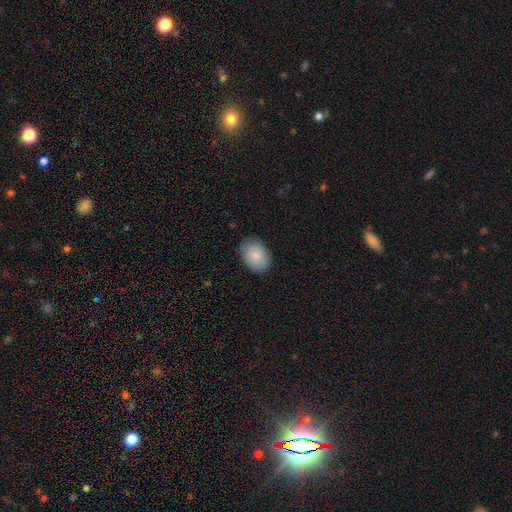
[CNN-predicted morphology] Smooth or featured? smooth (85%)
How rounded? in between (82%)
Merging? none (83%)